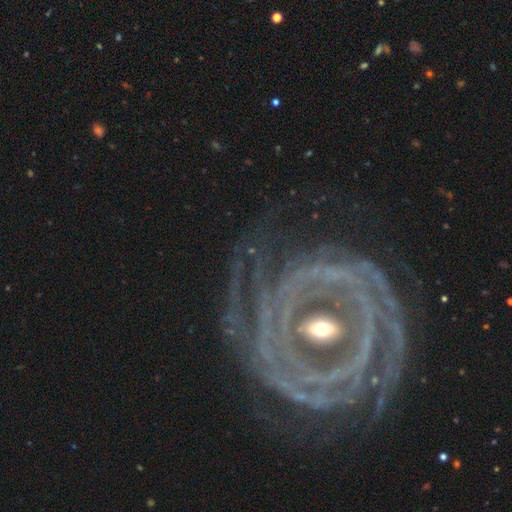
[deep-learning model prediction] Morphology: type=featured or disk (87%); edge-on=no (94%); bar=strong (46%); spiral arms=yes (93%); winding=tight (84%); arm count=can't tell (24%); bulge=small (49%); merging=none (72%).